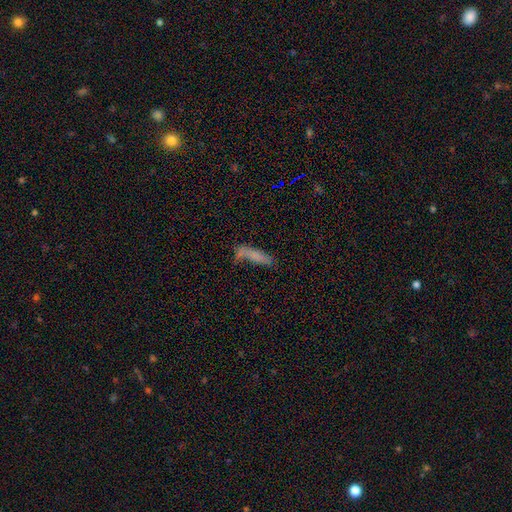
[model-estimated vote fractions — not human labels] A smooth galaxy with no disk features (69%) that is cigar-shaped (64%).

Vote fractions:
- Smooth or featured? smooth: 69% / featured or disk: 21% / star or artifact: 10%
- How rounded? cigar-shaped: 64% / in between: 33% / round: 3%
- Merging? none: 41% / minor disturbance: 26% / major disturbance: 22% / merger: 11%